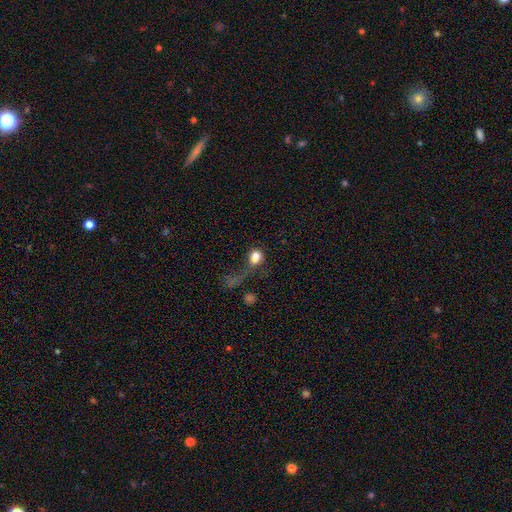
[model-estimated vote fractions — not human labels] Q: Smooth or featured?
A: smooth (75%); runner-up: featured or disk (13%)
Q: How rounded?
A: round (54%); runner-up: in between (43%)
Q: Merging?
A: major disturbance (49%); runner-up: none (22%)